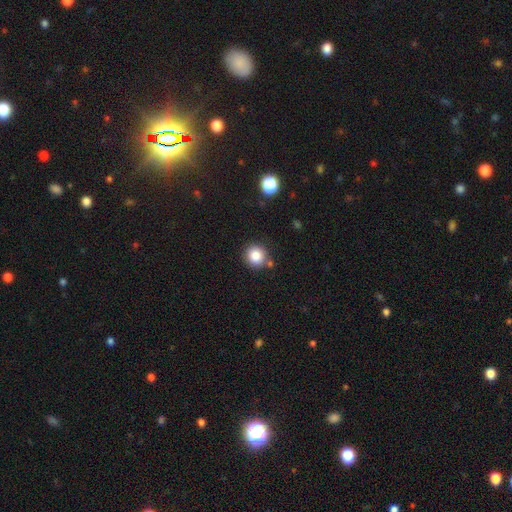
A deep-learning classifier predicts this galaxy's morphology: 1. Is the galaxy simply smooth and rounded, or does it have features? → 85% smooth, 11% star or artifact, 5% featured or disk.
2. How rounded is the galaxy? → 93% round, 6% in between, 1% cigar-shaped.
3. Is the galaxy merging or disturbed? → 81% none, 10% minor disturbance, 7% merger, 3% major disturbance.